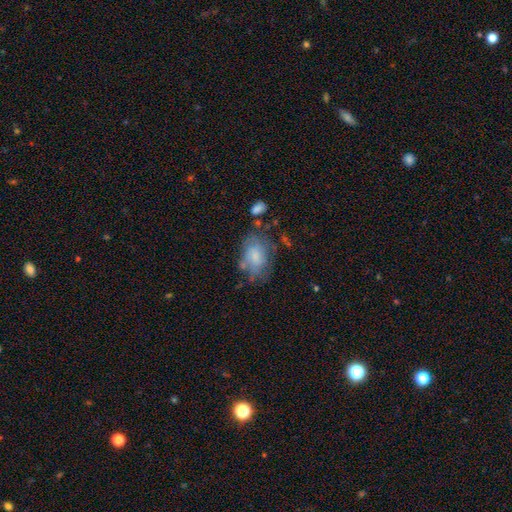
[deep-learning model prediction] The model was most divided on "merging": none: 47%, minor disturbance: 28%, major disturbance: 17%, merger: 8%. More confident: how rounded — in between (82%); smooth or featured — smooth (61%).